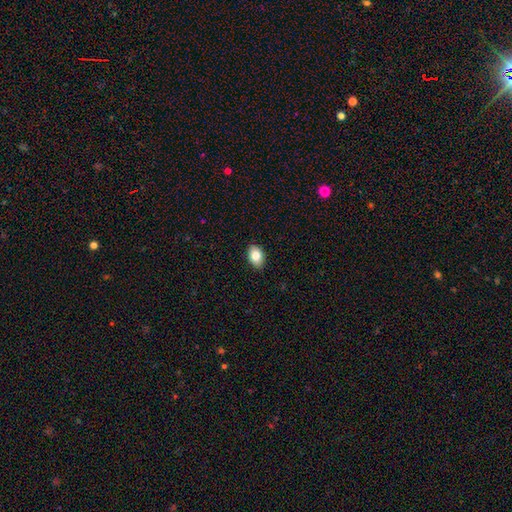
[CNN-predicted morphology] Smooth or featured: smooth — 82% (featured or disk — 10%)
How rounded: in between — 84% (round — 14%)
Merging: none — 88% (minor disturbance — 9%)